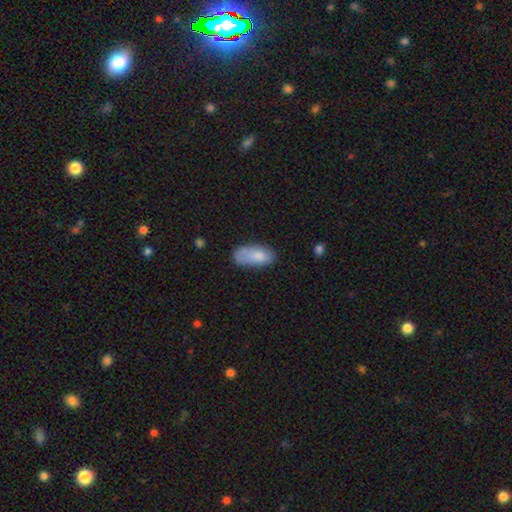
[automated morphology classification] Smooth or featured?
  - smooth: 78% *
  - featured or disk: 15%
  - star or artifact: 7%
How rounded?
  - in between: 91% *
  - cigar-shaped: 6%
  - round: 3%
Merging?
  - none: 52% *
  - minor disturbance: 32%
  - major disturbance: 12%
  - merger: 4%